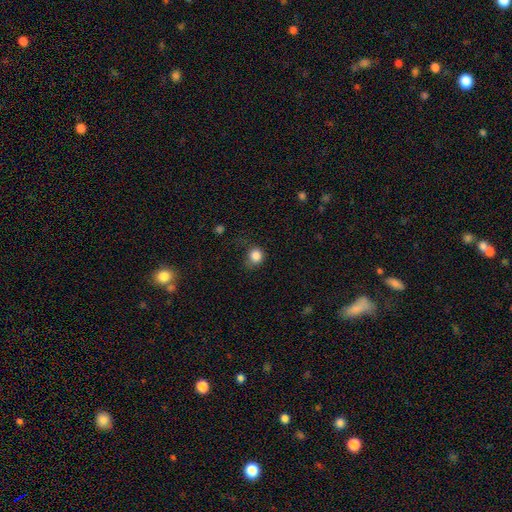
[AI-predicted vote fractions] Overall: smooth (86%). How rounded: round (83%). Merging: none (62%; minor disturbance 25%).